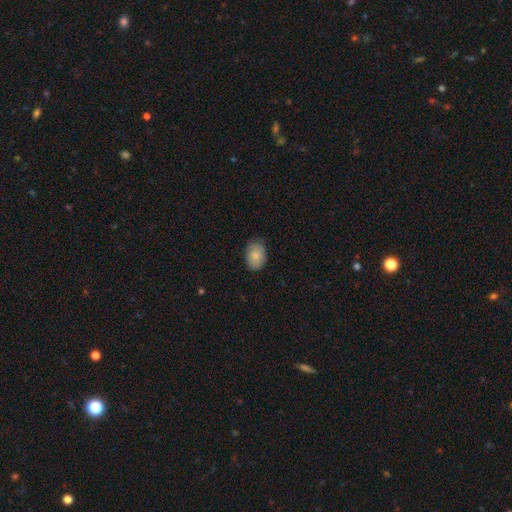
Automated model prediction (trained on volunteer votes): A smooth galaxy with no disk features (86%) that is in between round and cigar-shaped (76%).

Vote fractions:
- Smooth or featured? smooth: 86% / featured or disk: 7% / star or artifact: 7%
- How rounded? in between: 76% / round: 23% / cigar-shaped: 1%
- Merging? none: 80% / minor disturbance: 16% / major disturbance: 3% / merger: 1%